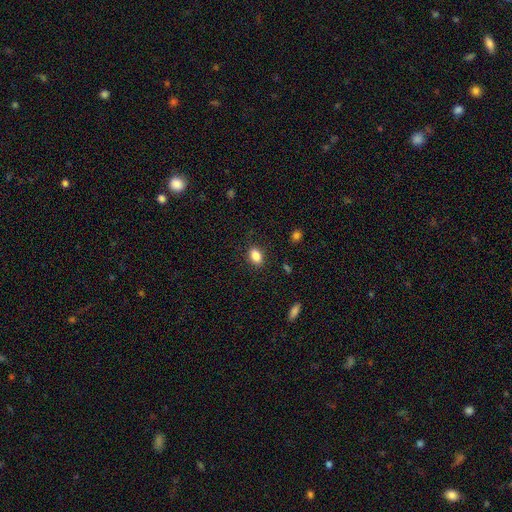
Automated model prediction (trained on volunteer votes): A smooth galaxy with no disk features (85%) that is in between round and cigar-shaped (78%).

Vote fractions:
- Smooth or featured? smooth: 85% / star or artifact: 9% / featured or disk: 5%
- How rounded? in between: 78% / round: 20% / cigar-shaped: 2%
- Merging? none: 86% / minor disturbance: 10% / major disturbance: 3% / merger: 1%